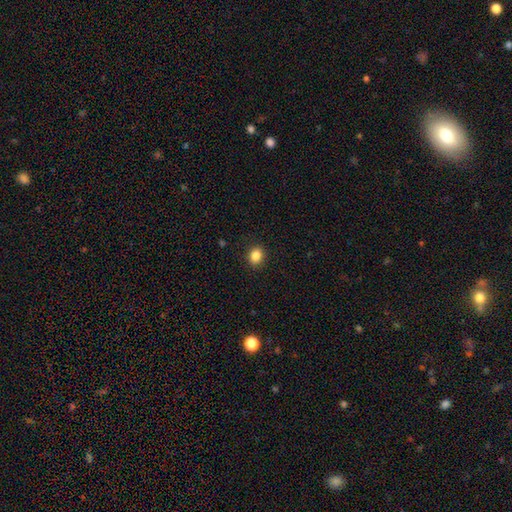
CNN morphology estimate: smooth-or-featured: smooth: 86% | star or artifact: 10% | featured or disk: 4%
  how-rounded: round: 57% | in between: 42% | cigar-shaped: 1%
  merging: none: 90% | minor disturbance: 7% | major disturbance: 2% | merger: 1%